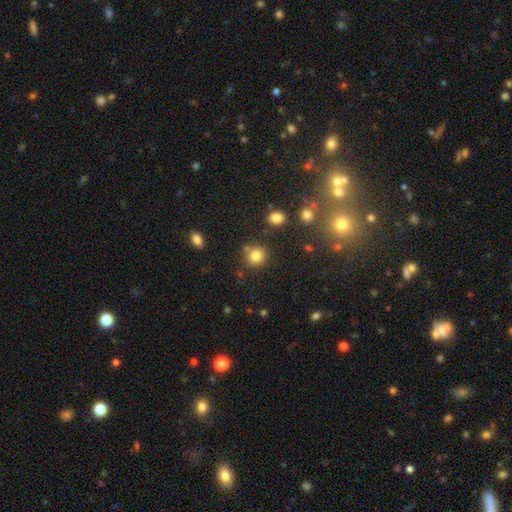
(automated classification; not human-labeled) Q: Smooth or featured?
A: smooth (81%); runner-up: star or artifact (12%)
Q: How rounded?
A: round (89%); runner-up: in between (10%)
Q: Merging?
A: none (77%); runner-up: minor disturbance (11%)